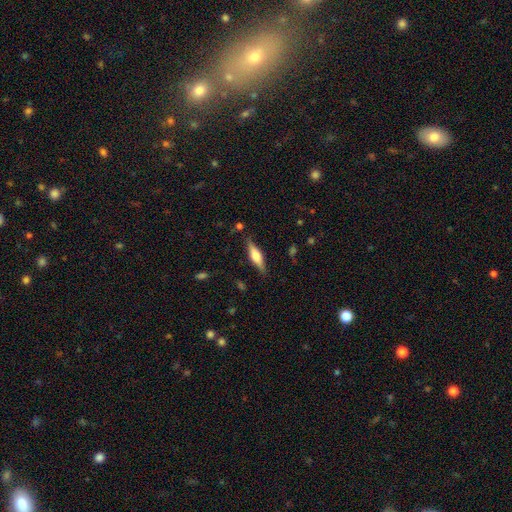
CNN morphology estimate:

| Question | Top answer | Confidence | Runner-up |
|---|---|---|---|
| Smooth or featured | featured or disk | 57% | smooth (37%) |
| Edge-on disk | yes | 95% | no (5%) |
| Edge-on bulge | rounded | 85% | boxy (12%) |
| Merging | none | 84% | minor disturbance (12%) |